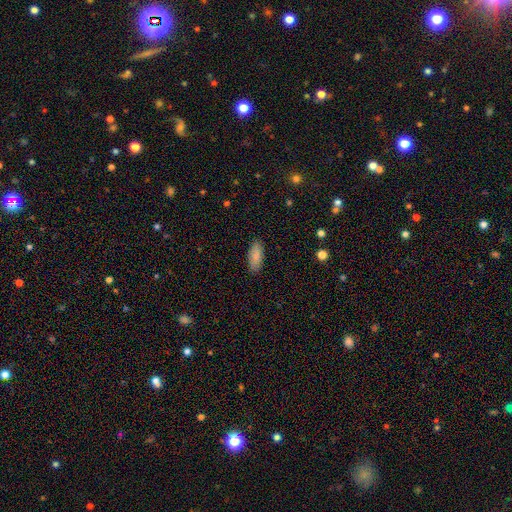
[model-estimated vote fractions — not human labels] Overall: smooth (87%). How rounded: in between (82%). Merging: none (88%).